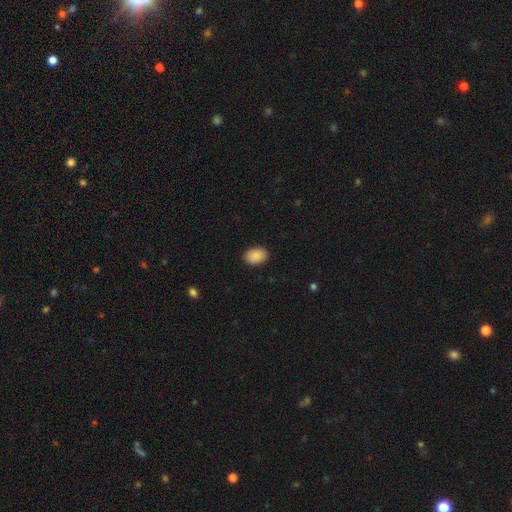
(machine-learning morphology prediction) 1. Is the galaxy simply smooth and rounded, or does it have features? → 90% smooth, 7% star or artifact, 3% featured or disk.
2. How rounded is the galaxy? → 86% in between, 13% round, 1% cigar-shaped.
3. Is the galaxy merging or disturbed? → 90% none, 7% minor disturbance, 2% major disturbance, 1% merger.